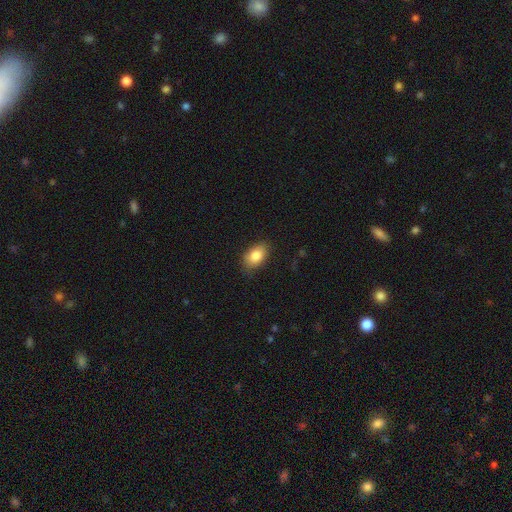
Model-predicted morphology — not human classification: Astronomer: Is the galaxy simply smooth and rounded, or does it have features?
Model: smooth — 84%.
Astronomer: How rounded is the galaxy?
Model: in between — 90%.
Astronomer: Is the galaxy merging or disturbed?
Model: none — 82%.